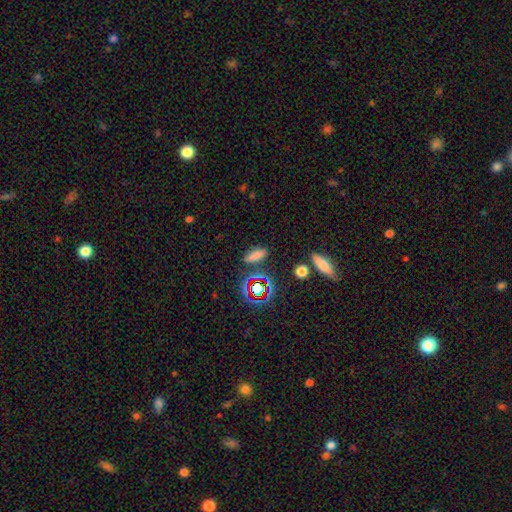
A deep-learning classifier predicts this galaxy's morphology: A smooth galaxy with no disk features (70%) that is in between round and cigar-shaped (51%). Merging: none (78%).